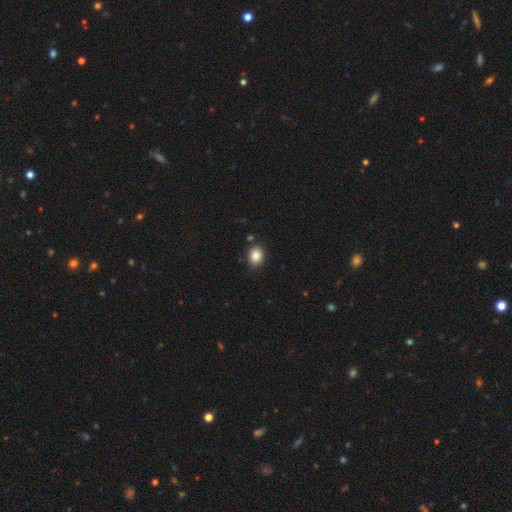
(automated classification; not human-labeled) The model was most divided on "how rounded": round: 50%, in between: 49%, cigar-shaped: 1%. More confident: smooth or featured — smooth (86%); merging — none (84%).